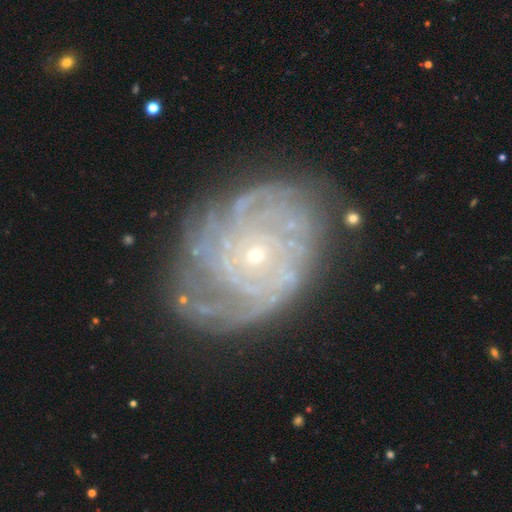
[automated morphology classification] type=featured or disk (84%); edge-on=no (97%); bar=no (80%); spiral arms=yes (93%); winding=tight (71%); arm count=can't tell (37%); bulge=small (84%); merging=none (69%).